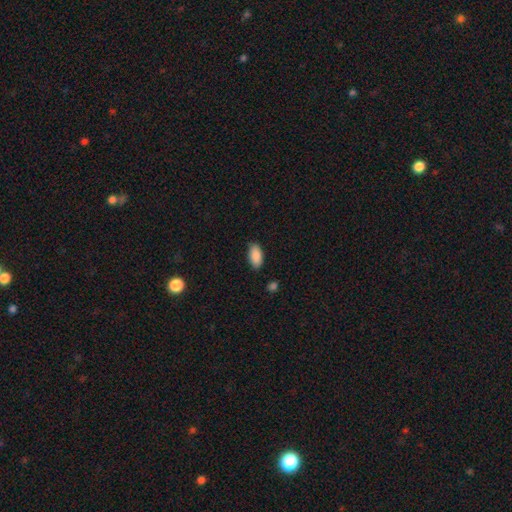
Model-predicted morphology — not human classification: smooth_or_featured: smooth (p=0.89) [alt: star or artifact p=0.07]
how_rounded: in between (p=0.93) [alt: cigar-shaped p=0.04]
merging: none (p=0.85) [alt: minor disturbance p=0.11]